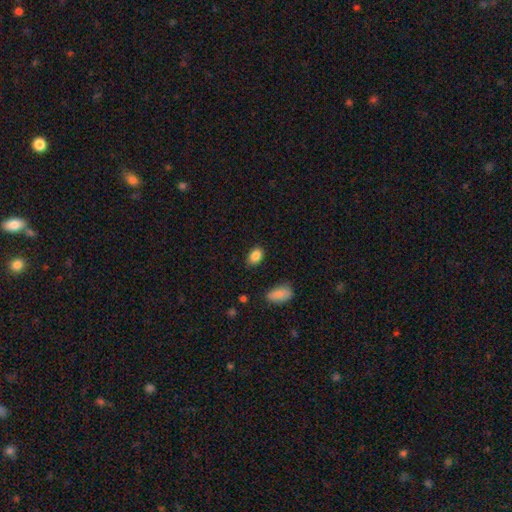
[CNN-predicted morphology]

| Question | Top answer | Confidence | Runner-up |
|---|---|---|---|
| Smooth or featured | smooth | 86% | star or artifact (9%) |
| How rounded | in between | 82% | round (17%) |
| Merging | none | 83% | minor disturbance (12%) |